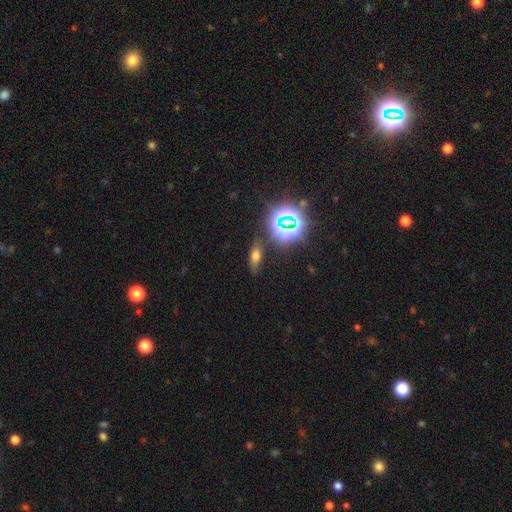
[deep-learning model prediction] Smooth or featured: smooth — 55% (star or artifact — 30%)
How rounded: in between — 66% (cigar-shaped — 22%)
Merging: none — 76% (minor disturbance — 14%)